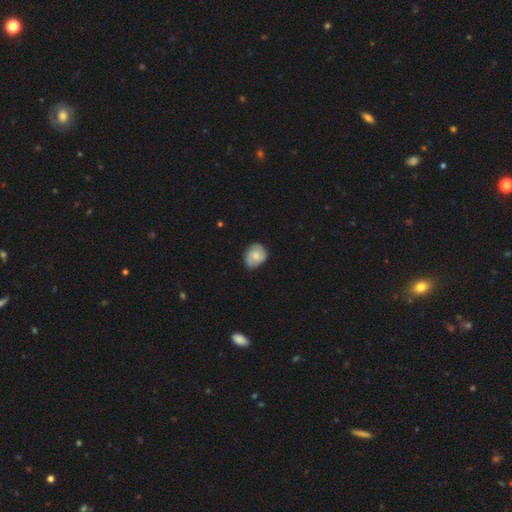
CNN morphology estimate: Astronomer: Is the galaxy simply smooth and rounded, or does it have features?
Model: smooth — 56% (runner-up: featured or disk, 37%).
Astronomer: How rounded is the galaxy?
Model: round — 62%.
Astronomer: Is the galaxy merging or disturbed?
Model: none — 70%.